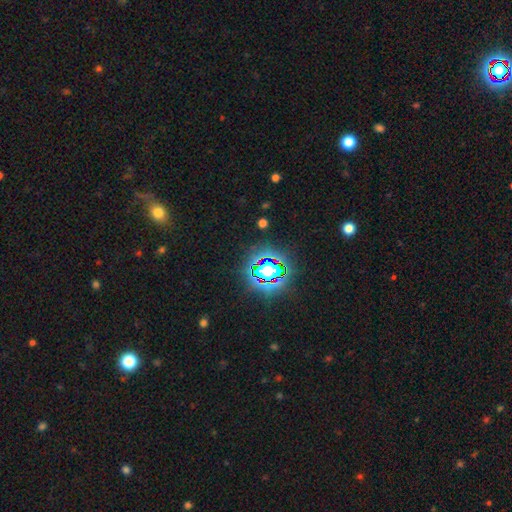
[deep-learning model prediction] A star or artifact, not a galaxy (78%).